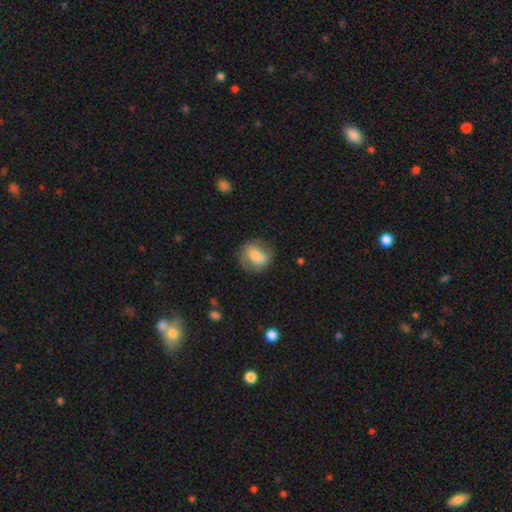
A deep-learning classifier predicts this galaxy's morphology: Smooth or featured? Predicted: smooth (p=0.60). How rounded? Predicted: round (p=0.71). Merging? Predicted: none (p=0.59).